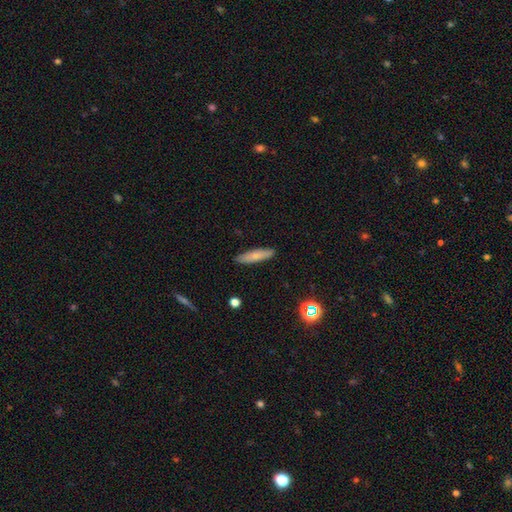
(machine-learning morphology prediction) Overall: smooth (72%). How rounded: cigar-shaped (76%). Merging: none (89%).